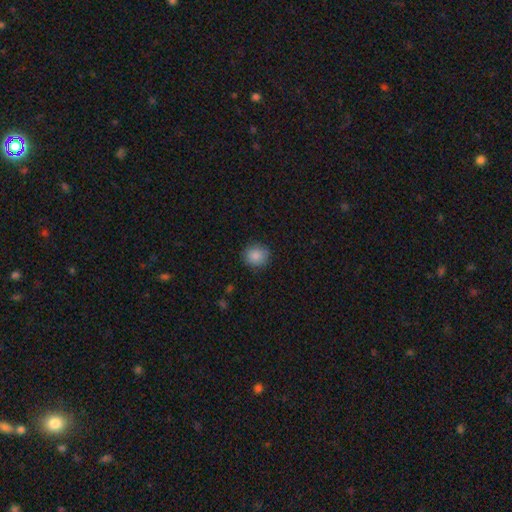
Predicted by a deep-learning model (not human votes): This appears to be a smooth galaxy with no disk features (87%) that is round (89%). Merging: none (88%).